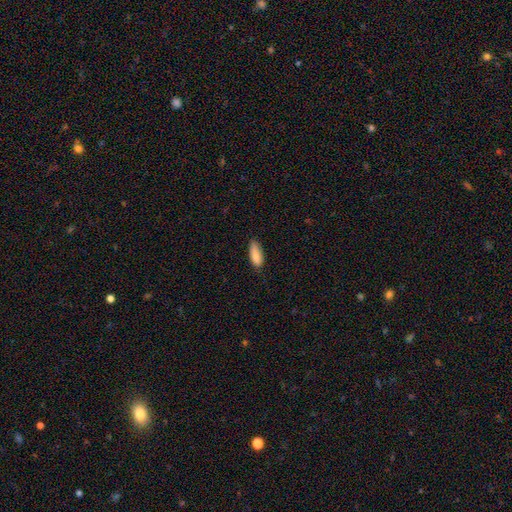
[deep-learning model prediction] Morphology: type=smooth (85%); roundness=in between (69%); merging=none (76%).